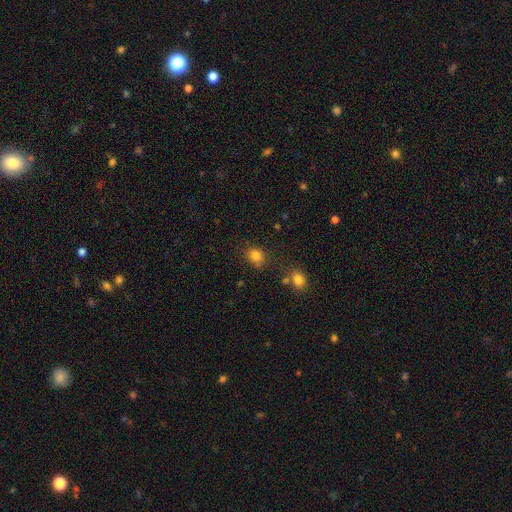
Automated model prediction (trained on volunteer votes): This appears to be a smooth galaxy with no disk features (82%) that is round (67%). Merging: none (74%).